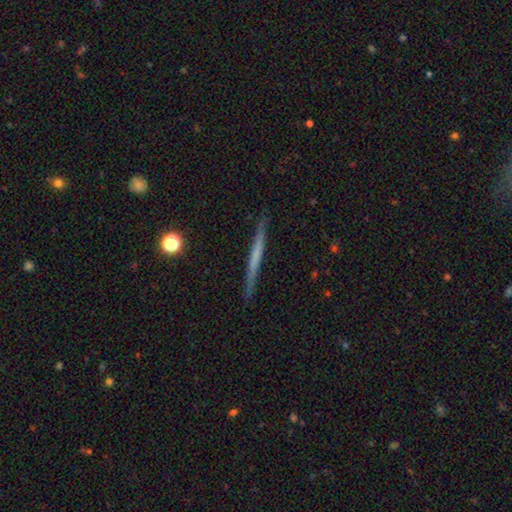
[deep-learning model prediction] The model was most divided on "smooth or featured": featured or disk: 51%, smooth: 43%, star or artifact: 6%. More confident: edge-on disk — yes (97%); merging — none (90%).